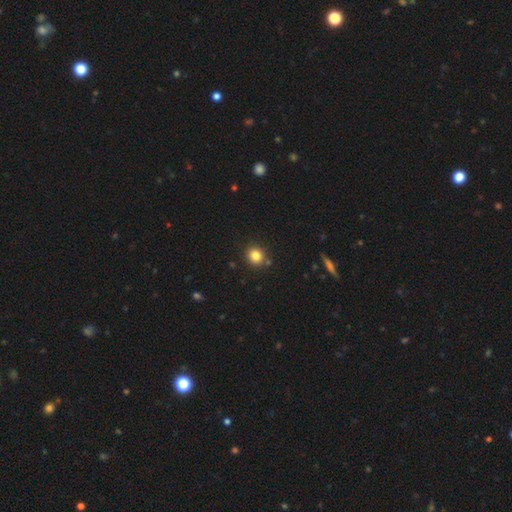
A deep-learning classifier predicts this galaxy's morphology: The model was most divided on "smooth or featured": smooth: 82%, star or artifact: 12%, featured or disk: 6%. More confident: how rounded — round (86%); merging — none (86%).